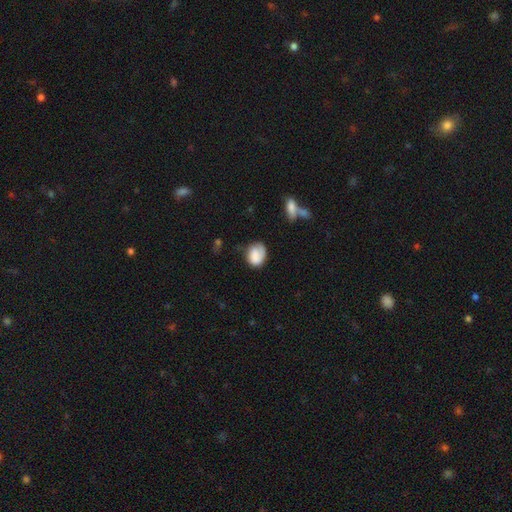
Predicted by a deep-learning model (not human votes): smooth_or_featured: smooth (p=0.67) [alt: featured or disk p=0.26]
how_rounded: in between (p=0.61) [alt: round p=0.38]
merging: none (p=0.52) [alt: minor disturbance p=0.29]